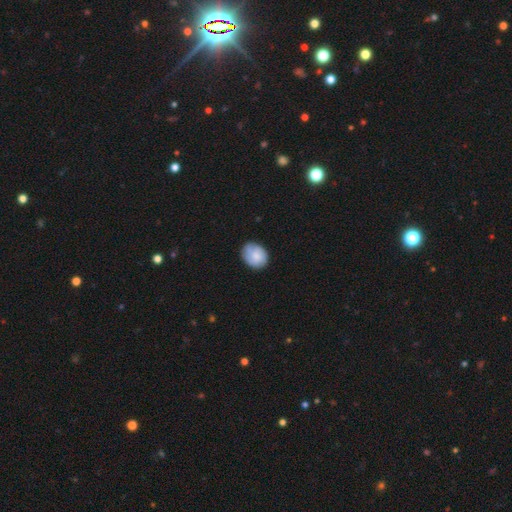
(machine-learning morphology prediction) A smooth galaxy with no disk features (72%) that is round (53%).

Vote fractions:
- Smooth or featured? smooth: 72% / featured or disk: 22% / star or artifact: 7%
- How rounded? round: 53% / in between: 47% / cigar-shaped: 1%
- Merging? none: 71% / minor disturbance: 23% / major disturbance: 4% / merger: 1%